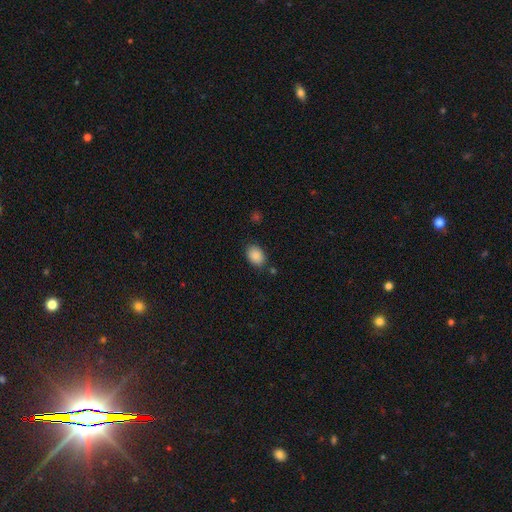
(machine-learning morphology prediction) type=smooth (88%); roundness=in between (72%); merging=none (81%).